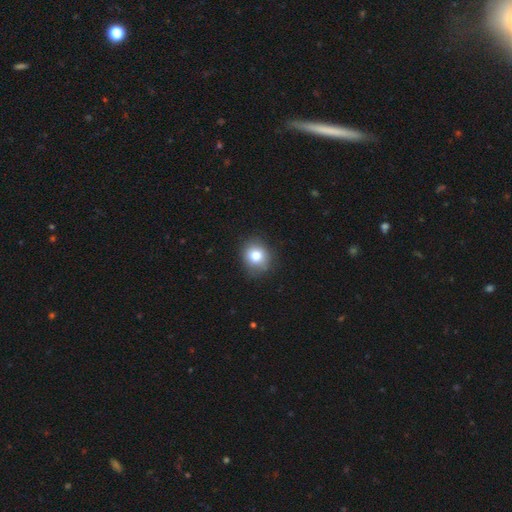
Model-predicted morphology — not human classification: smooth 79%, star or artifact 11%, featured or disk 10%. Down the decision tree: how rounded — round (76%); merging — none (85%).